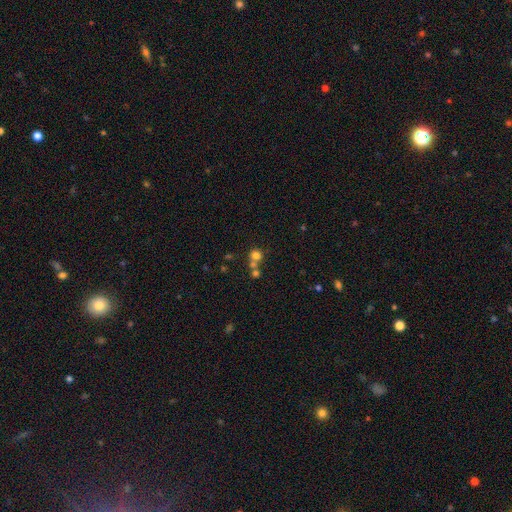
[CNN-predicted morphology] Smooth or featured? smooth (72%)
How rounded? round (87%)
Merging? none (47%)